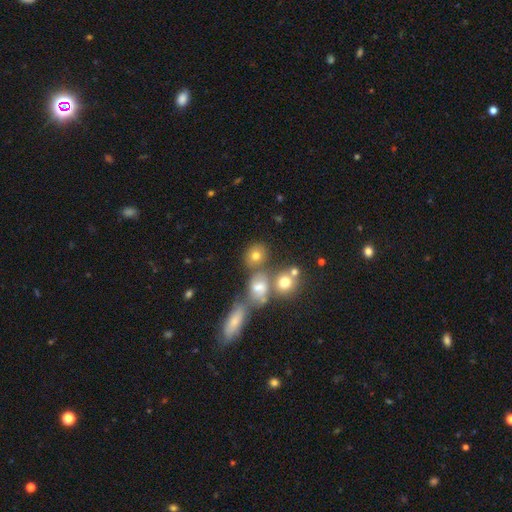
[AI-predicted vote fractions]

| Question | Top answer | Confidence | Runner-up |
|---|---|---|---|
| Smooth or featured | smooth | 71% | star or artifact (15%) |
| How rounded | round | 68% | in between (30%) |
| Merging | none | 60% | merger (22%) |